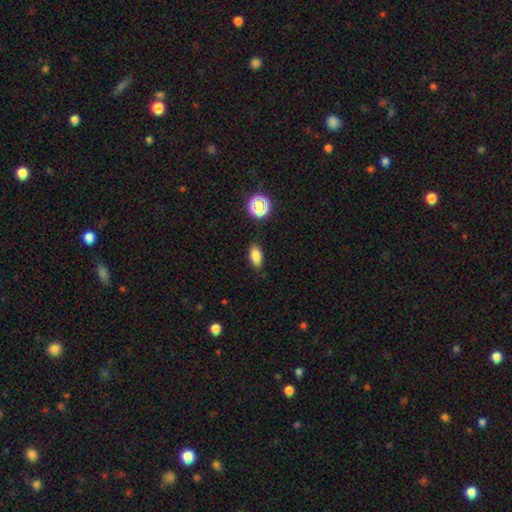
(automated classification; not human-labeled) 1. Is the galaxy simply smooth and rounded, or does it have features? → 82% smooth, 11% star or artifact, 7% featured or disk.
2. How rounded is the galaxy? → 87% in between, 7% round, 6% cigar-shaped.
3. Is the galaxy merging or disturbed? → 86% none, 10% minor disturbance, 2% major disturbance, 1% merger.